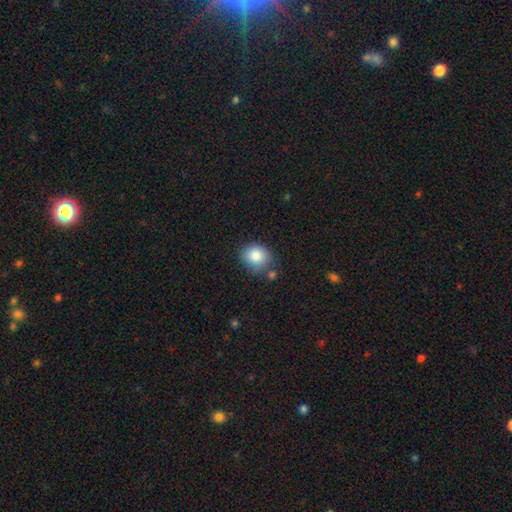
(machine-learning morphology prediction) smooth_or_featured: smooth (p=0.85) [alt: star or artifact p=0.09]
how_rounded: round (p=0.70) [alt: in between p=0.29]
merging: none (p=0.72) [alt: minor disturbance p=0.17]